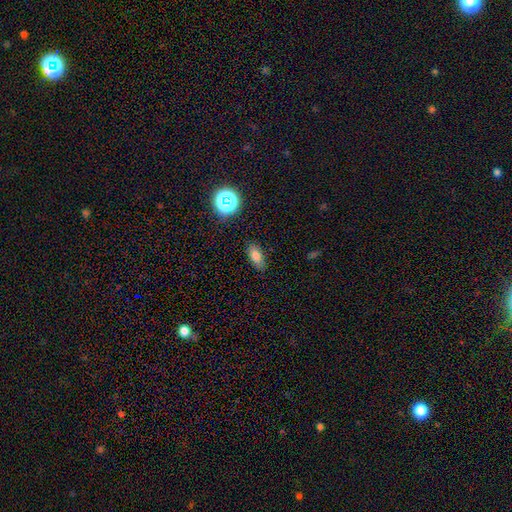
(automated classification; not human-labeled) Smooth or featured: smooth — 75% (star or artifact — 14%)
How rounded: in between — 80% (cigar-shaped — 13%)
Merging: none — 84% (minor disturbance — 11%)